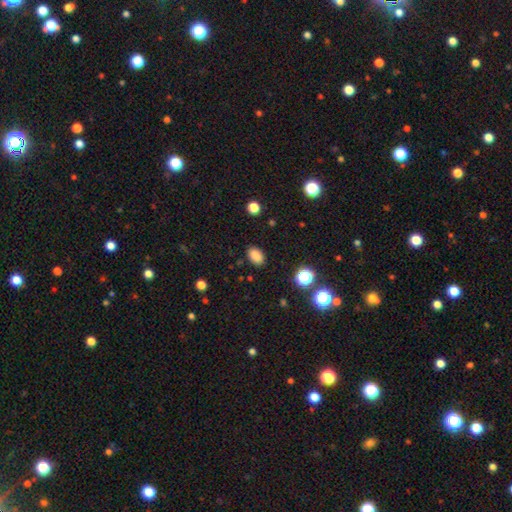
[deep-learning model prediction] smooth_or_featured: smooth (p=0.84) [alt: star or artifact p=0.12]
how_rounded: in between (p=0.83) [alt: round p=0.16]
merging: none (p=0.87) [alt: minor disturbance p=0.09]